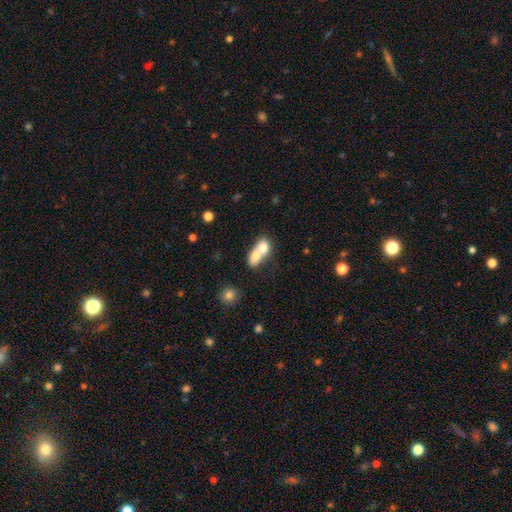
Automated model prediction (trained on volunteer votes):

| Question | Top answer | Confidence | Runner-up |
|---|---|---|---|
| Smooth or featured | smooth | 70% | featured or disk (22%) |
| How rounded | in between | 65% | round (31%) |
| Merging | merger | 76% | none (15%) |